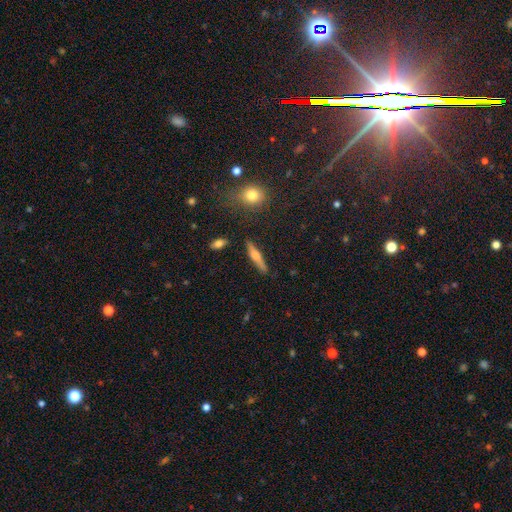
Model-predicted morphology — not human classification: This appears to be a smooth galaxy with no disk features (52%) that is cigar-shaped (85%). Merging: none (85%).